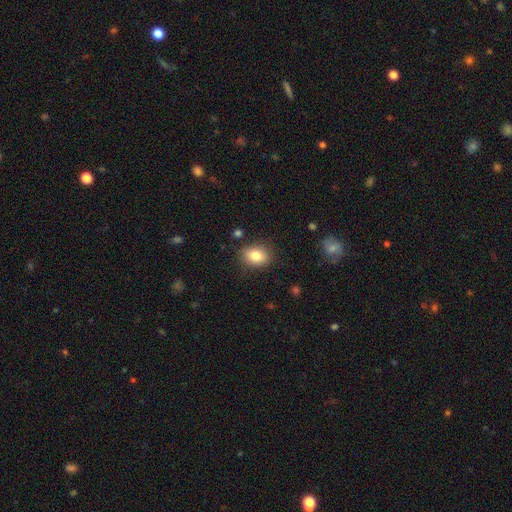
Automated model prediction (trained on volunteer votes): Smooth or featured? smooth (82%)
How rounded? in between (68%)
Merging? none (83%)